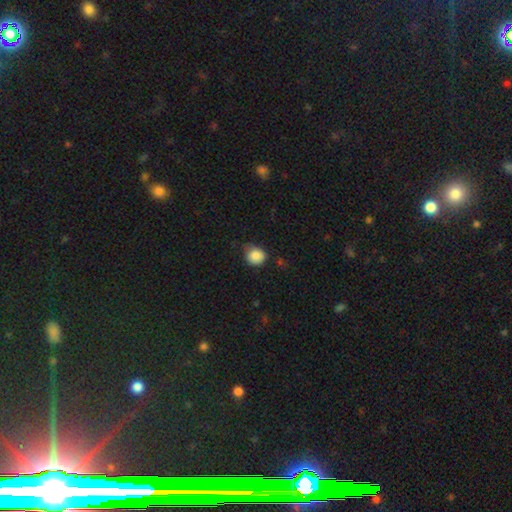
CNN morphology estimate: Q: Smooth or featured?
A: smooth (86%); runner-up: star or artifact (9%)
Q: How rounded?
A: round (74%); runner-up: in between (26%)
Q: Merging?
A: none (60%); runner-up: minor disturbance (32%)